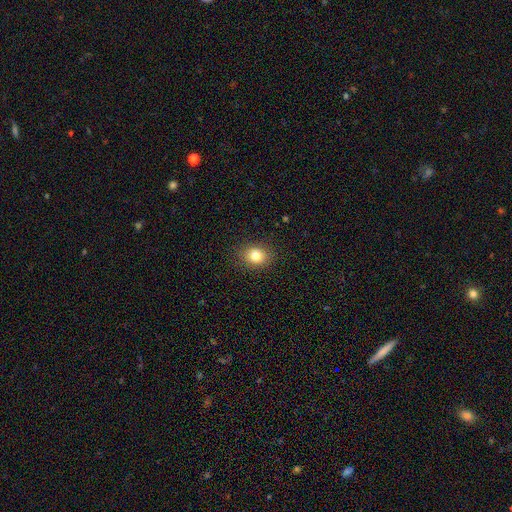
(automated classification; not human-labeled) Q: Smooth or featured?
A: smooth (82%); runner-up: star or artifact (11%)
Q: How rounded?
A: round (54%); runner-up: in between (45%)
Q: Merging?
A: none (88%); runner-up: minor disturbance (8%)